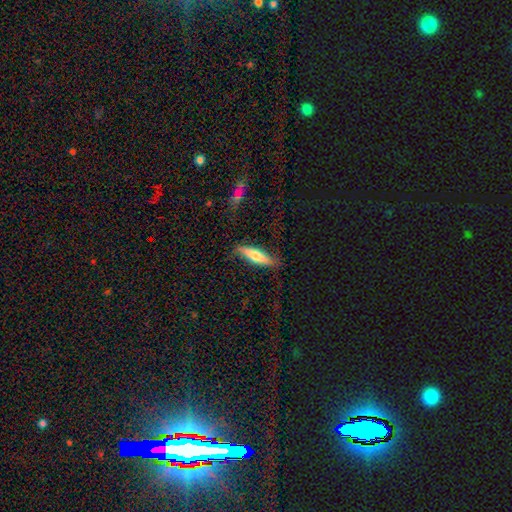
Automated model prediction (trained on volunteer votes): Smooth or featured?
  - smooth: 63% *
  - featured or disk: 31%
  - star or artifact: 5%
How rounded?
  - cigar-shaped: 67% *
  - in between: 31%
  - round: 2%
Merging?
  - none: 76% *
  - minor disturbance: 18%
  - major disturbance: 4%
  - merger: 2%